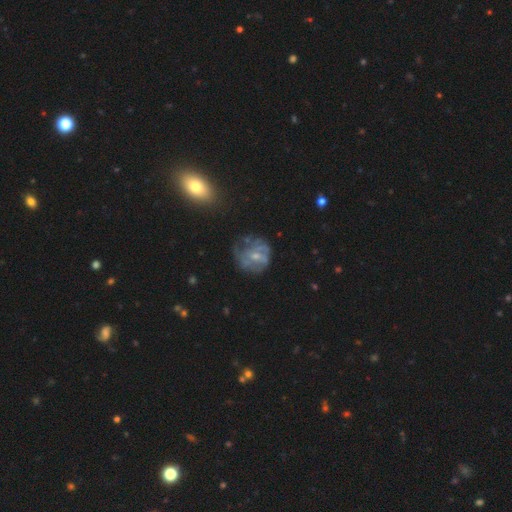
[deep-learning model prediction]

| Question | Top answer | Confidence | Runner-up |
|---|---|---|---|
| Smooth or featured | featured or disk | 63% | smooth (27%) |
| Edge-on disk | no | 97% | yes (3%) |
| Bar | no | 59% | weak (34%) |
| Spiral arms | yes | 56% | no (44%) |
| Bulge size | small | 56% | moderate (34%) |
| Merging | none | 52% | minor disturbance (24%) |